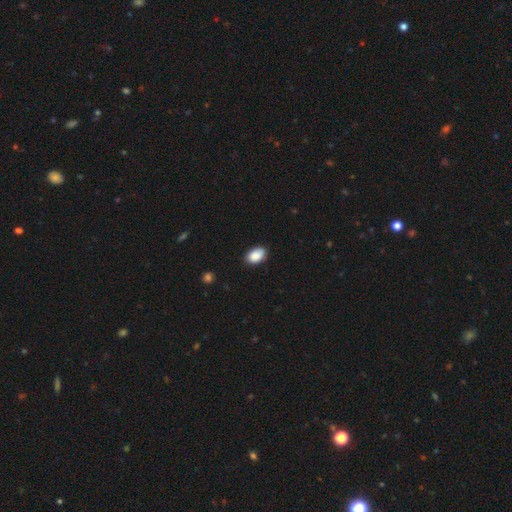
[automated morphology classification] Overall: smooth (89%). How rounded: in between (90%). Merging: none (81%).